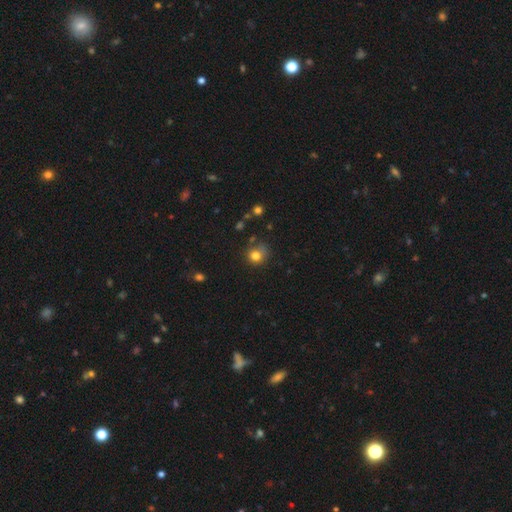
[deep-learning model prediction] smooth-or-featured: smooth: 79% | star or artifact: 13% | featured or disk: 8%
  how-rounded: round: 82% | in between: 17% | cigar-shaped: 1%
  merging: none: 62% | minor disturbance: 23% | major disturbance: 9% | merger: 7%